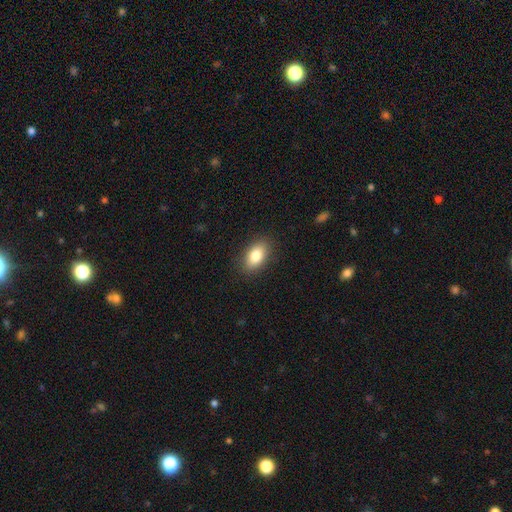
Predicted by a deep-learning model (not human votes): Q: Smooth or featured?
A: smooth (82%); runner-up: featured or disk (11%)
Q: How rounded?
A: in between (89%); runner-up: round (8%)
Q: Merging?
A: none (88%); runner-up: minor disturbance (9%)